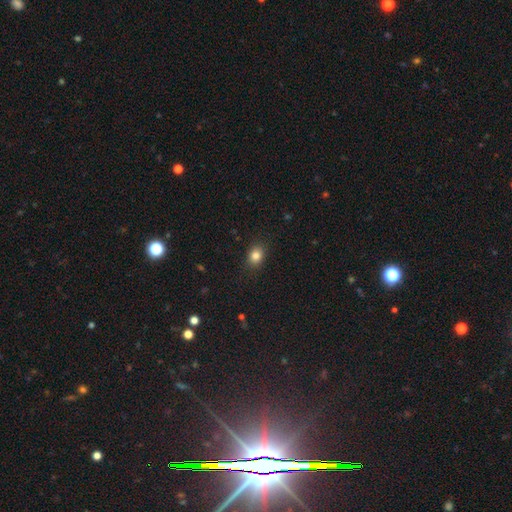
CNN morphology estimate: Smooth or featured?
  - smooth: 83% *
  - star or artifact: 11%
  - featured or disk: 6%
How rounded?
  - in between: 53% *
  - round: 46%
  - cigar-shaped: 1%
Merging?
  - none: 87% *
  - minor disturbance: 9%
  - major disturbance: 2%
  - merger: 1%